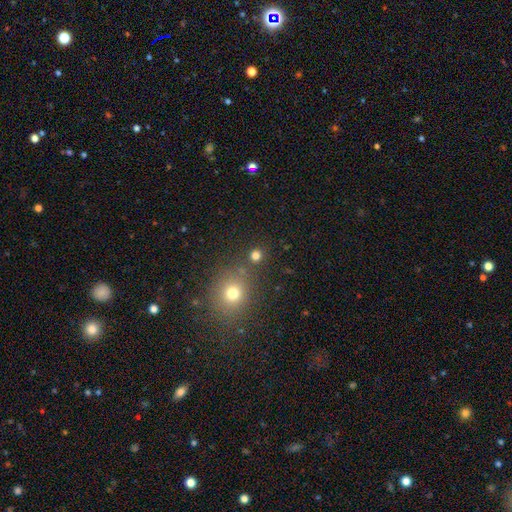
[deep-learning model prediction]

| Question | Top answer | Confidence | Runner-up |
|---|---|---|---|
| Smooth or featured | smooth | 77% | star or artifact (18%) |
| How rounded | round | 90% | in between (9%) |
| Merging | none | 83% | merger (8%) |